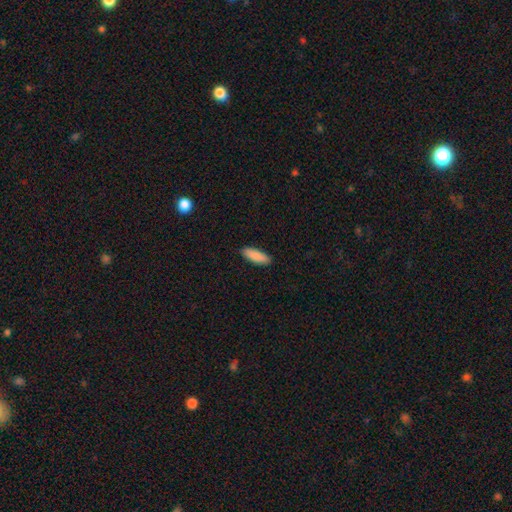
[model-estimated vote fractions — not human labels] Smooth or featured? Predicted: smooth (p=0.89). How rounded? Predicted: in between (p=0.62). Merging? Predicted: none (p=0.90).